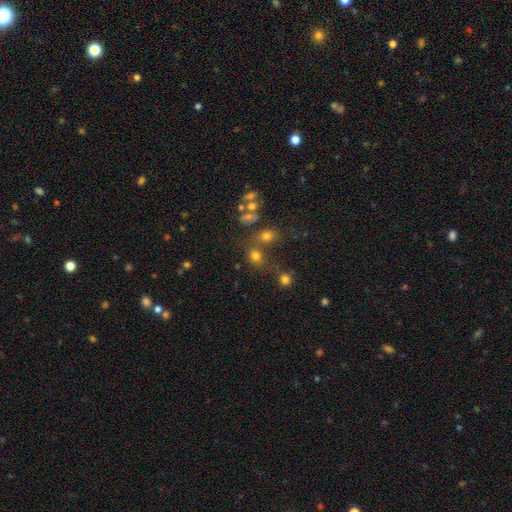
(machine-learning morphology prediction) Smooth or featured? smooth (70%)
How rounded? round (69%)
Merging? none (52%)